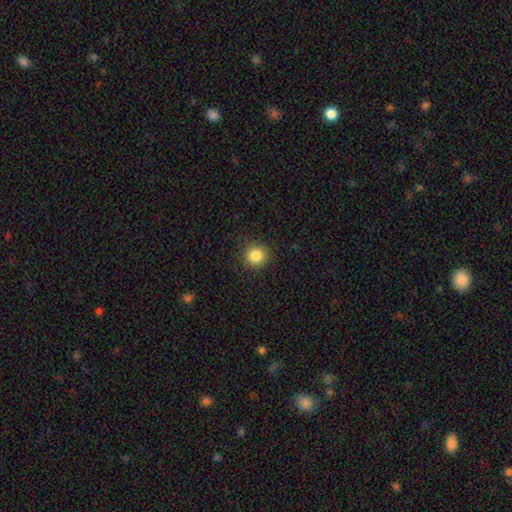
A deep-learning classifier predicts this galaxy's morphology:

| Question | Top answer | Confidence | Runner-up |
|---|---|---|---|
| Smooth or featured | smooth | 85% | star or artifact (11%) |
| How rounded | round | 92% | in between (7%) |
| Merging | none | 91% | minor disturbance (6%) |